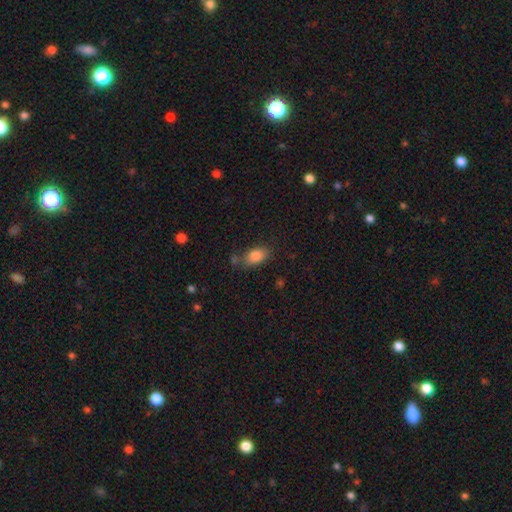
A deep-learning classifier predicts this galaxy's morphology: type=smooth (85%); roundness=in between (88%); merging=none (66%).